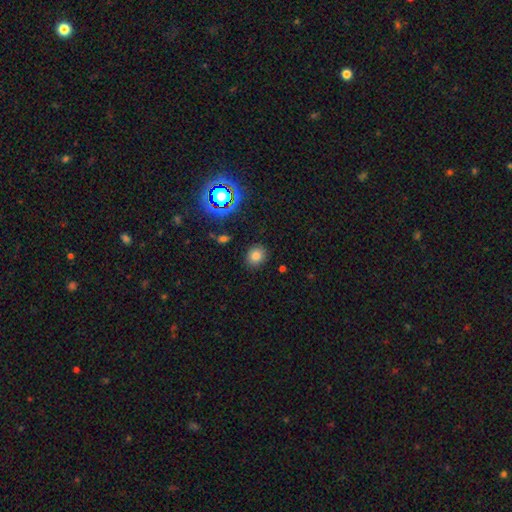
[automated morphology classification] smooth_or_featured: smooth (p=0.77) [alt: star or artifact p=0.16]
how_rounded: round (p=0.75) [alt: in between p=0.24]
merging: none (p=0.87) [alt: minor disturbance p=0.08]